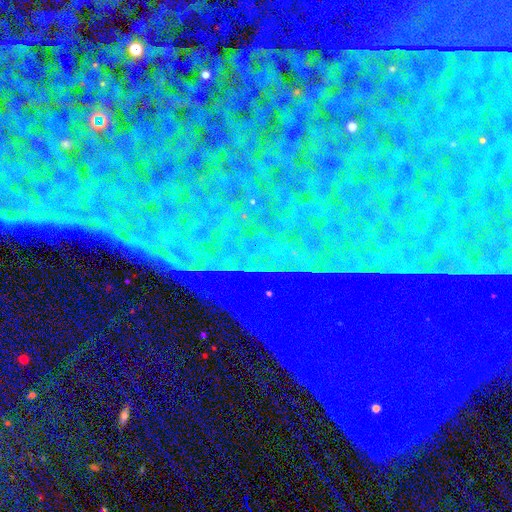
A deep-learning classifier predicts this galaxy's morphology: A star or artifact, not a galaxy (87%).

Vote fractions:
- Smooth or featured? star or artifact: 87% / featured or disk: 7% / smooth: 5%